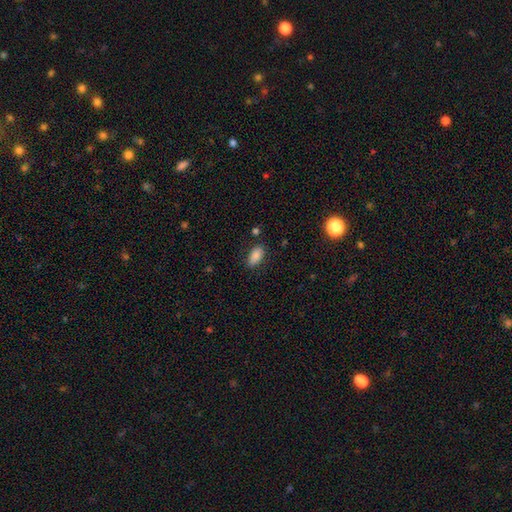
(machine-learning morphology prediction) smooth 85%, star or artifact 8%, featured or disk 6%. Down the decision tree: how rounded — in between (92%); merging — none (82%).